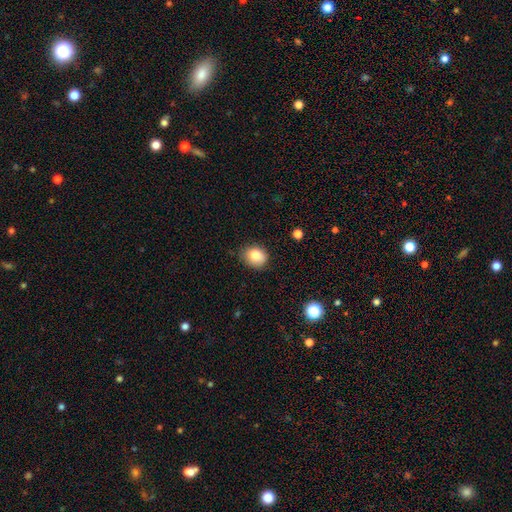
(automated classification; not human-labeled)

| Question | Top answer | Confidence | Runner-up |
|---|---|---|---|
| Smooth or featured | smooth | 85% | star or artifact (9%) |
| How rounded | round | 57% | in between (42%) |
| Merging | none | 72% | minor disturbance (22%) |